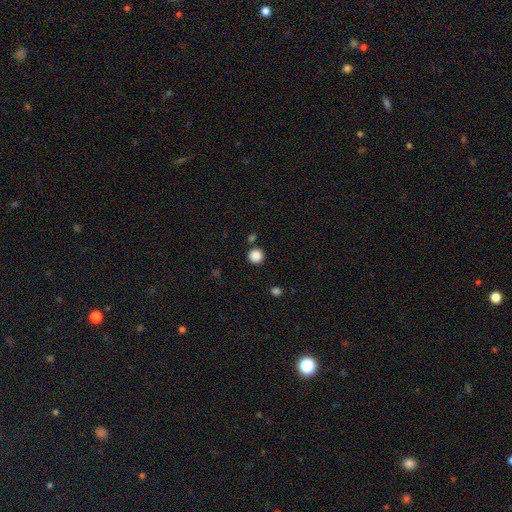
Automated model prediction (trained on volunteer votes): Q: Smooth or featured?
A: smooth (87%); runner-up: star or artifact (10%)
Q: How rounded?
A: round (95%); runner-up: in between (4%)
Q: Merging?
A: none (85%); runner-up: minor disturbance (7%)